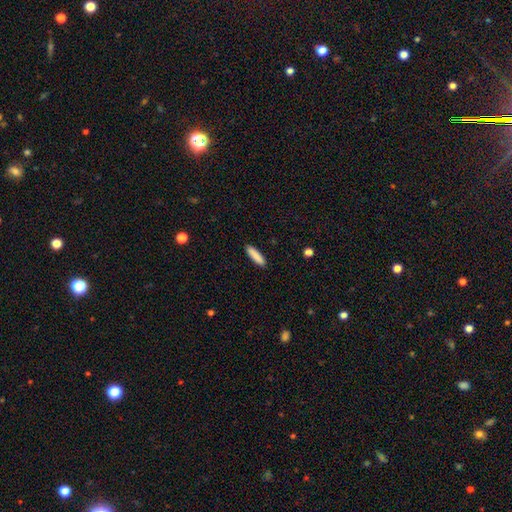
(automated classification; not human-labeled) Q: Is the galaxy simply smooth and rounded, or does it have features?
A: smooth — 88%.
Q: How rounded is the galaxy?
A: cigar-shaped — 78%.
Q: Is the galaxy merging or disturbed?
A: none — 91%.